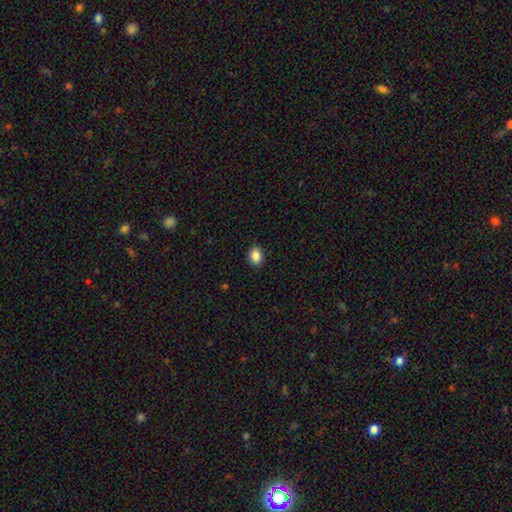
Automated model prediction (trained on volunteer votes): Smooth or featured: smooth — 87% (star or artifact — 9%)
How rounded: in between — 54% (round — 45%)
Merging: none — 90% (minor disturbance — 7%)